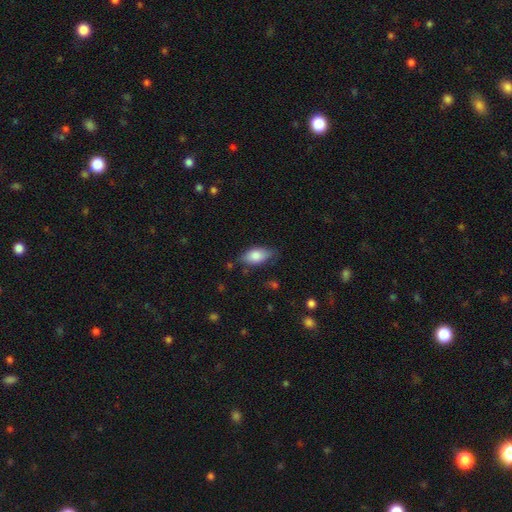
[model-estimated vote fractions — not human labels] Smooth or featured?
  - smooth: 80% *
  - featured or disk: 14%
  - star or artifact: 7%
How rounded?
  - in between: 89% *
  - cigar-shaped: 7%
  - round: 4%
Merging?
  - none: 73% *
  - minor disturbance: 21%
  - major disturbance: 4%
  - merger: 2%